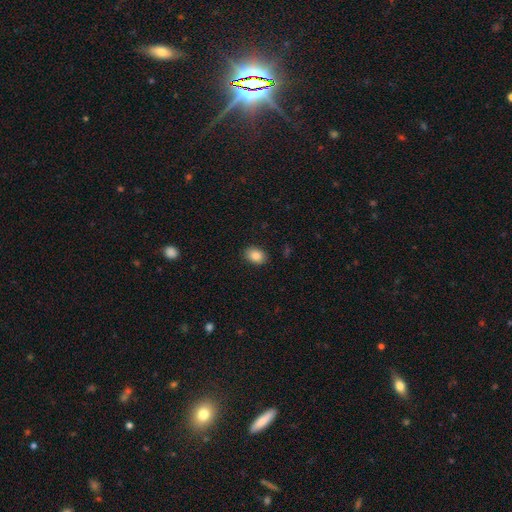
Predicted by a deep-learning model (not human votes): Smooth or featured? Predicted: smooth (p=0.86). How rounded? Predicted: in between (p=0.77). Merging? Predicted: none (p=0.89).